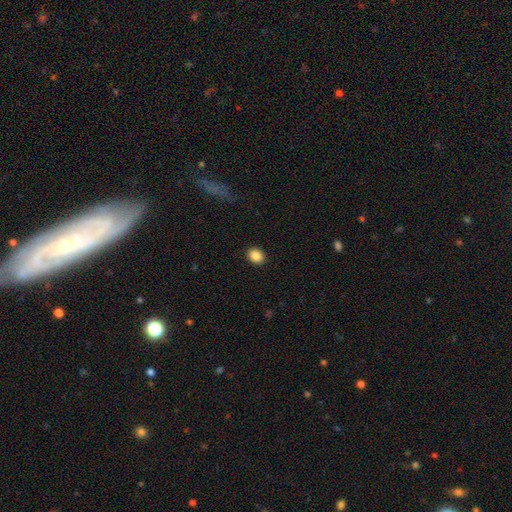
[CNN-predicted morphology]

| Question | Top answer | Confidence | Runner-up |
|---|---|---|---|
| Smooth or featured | smooth | 88% | star or artifact (9%) |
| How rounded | in between | 52% | round (47%) |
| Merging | none | 91% | minor disturbance (6%) |